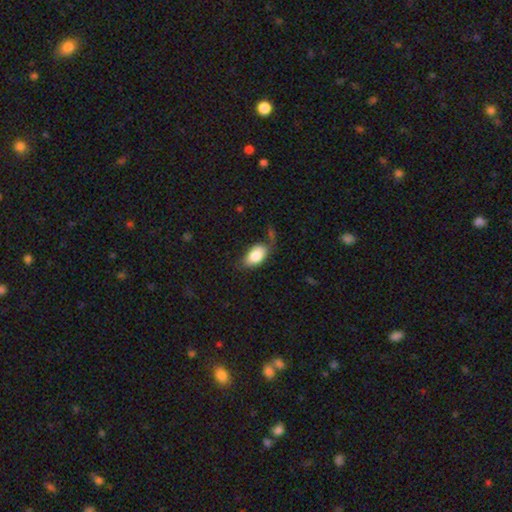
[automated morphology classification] Smooth or featured? Predicted: smooth (p=0.83). How rounded? Predicted: in between (p=0.93). Merging? Predicted: none (p=0.59).